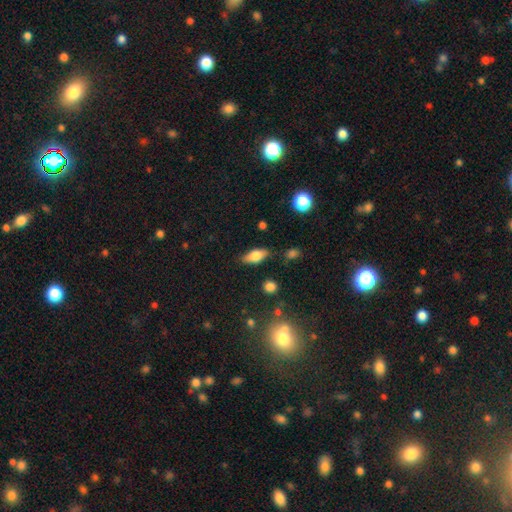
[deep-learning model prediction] A smooth galaxy with no disk features (72%) that is in between round and cigar-shaped (80%).

Vote fractions:
- Smooth or featured? smooth: 72% / featured or disk: 20% / star or artifact: 8%
- How rounded? in between: 80% / cigar-shaped: 16% / round: 4%
- Merging? none: 81% / minor disturbance: 13% / major disturbance: 3% / merger: 2%